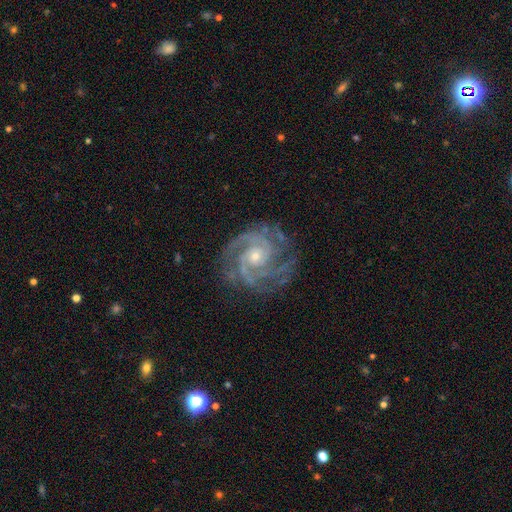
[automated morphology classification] smooth_or_featured: featured or disk (p=0.92) [alt: star or artifact p=0.05]
disk_edge_on: no (p=0.98) [alt: yes p=0.02]
bar: no (p=0.71) [alt: weak p=0.23]
has_spiral_arms: yes (p=0.98) [alt: no p=0.02]
spiral_winding: tight (p=0.62) [alt: medium p=0.35]
spiral_arm_count: 3 (p=0.38) [alt: 2 p=0.31]
bulge_size: small (p=0.57) [alt: moderate p=0.39]
merging: none (p=0.75) [alt: minor disturbance p=0.17]